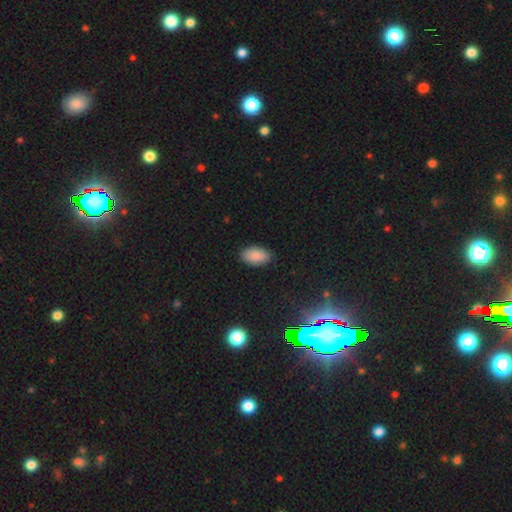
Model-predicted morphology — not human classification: A smooth galaxy with no disk features (88%) that is in between round and cigar-shaped (94%). Merging: none (87%).